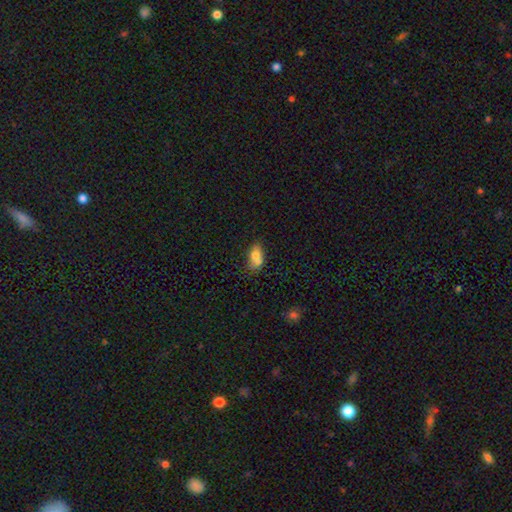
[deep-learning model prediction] Smooth or featured? Predicted: smooth (p=0.69). How rounded? Predicted: in between (p=0.79). Merging? Predicted: merger (p=0.40).